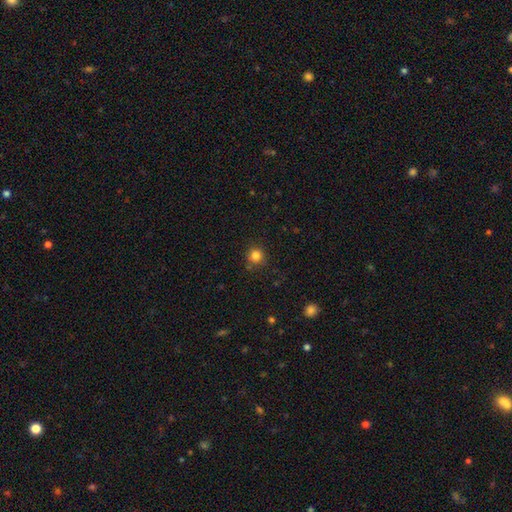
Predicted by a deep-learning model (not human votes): Smooth or featured? smooth (82%)
How rounded? round (93%)
Merging? none (85%)